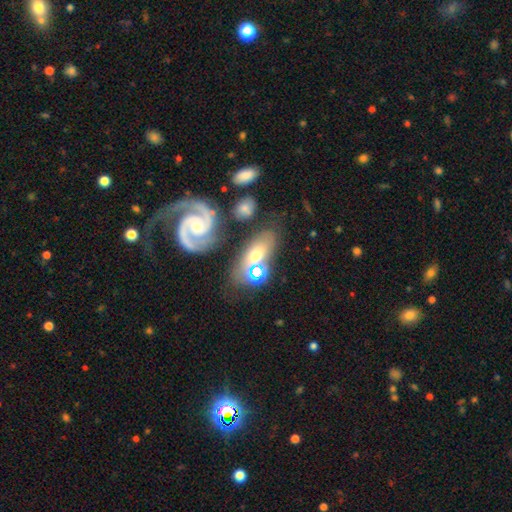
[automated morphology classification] This is possibly a featured or disk galaxy (48%). Merging: possibly none (59%).